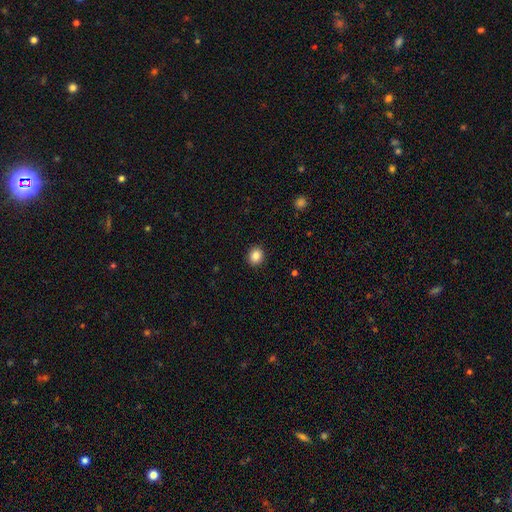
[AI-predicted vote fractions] Morphology: type=smooth (87%); roundness=round (74%); merging=none (91%).